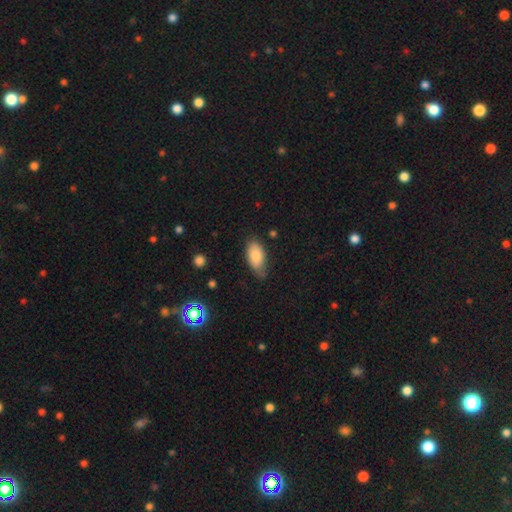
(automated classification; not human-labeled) The model was most divided on "merging": none: 62%, minor disturbance: 30%, major disturbance: 6%, merger: 2%. More confident: how rounded — in between (93%); smooth or featured — smooth (82%).